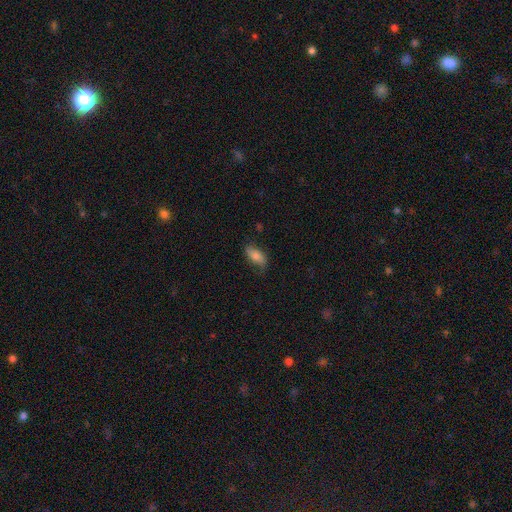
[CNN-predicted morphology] smooth 71%, featured or disk 21%, star or artifact 8%. Down the decision tree: how rounded — in between (88%); merging — none (65%).